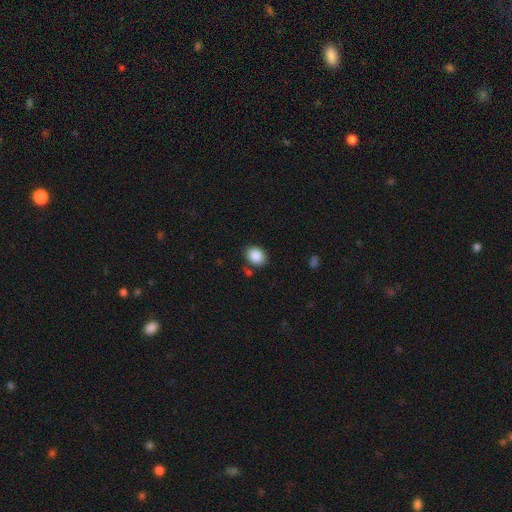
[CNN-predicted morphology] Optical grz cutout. It shows a smooth galaxy with no disk features (88%) that is in between round and cigar-shaped (59%). Merging: none (80%).